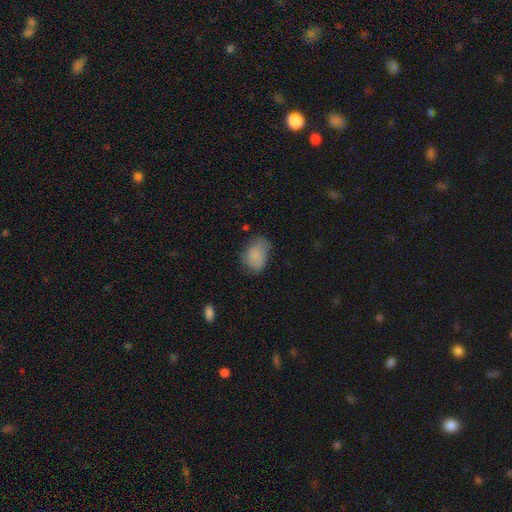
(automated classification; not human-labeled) Smooth or featured? Predicted: smooth (p=0.81). How rounded? Predicted: in between (p=0.75). Merging? Predicted: none (p=0.52).